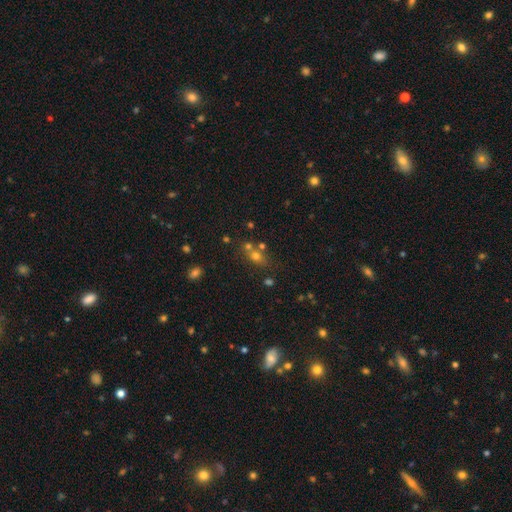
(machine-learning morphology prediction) smooth 60%, star or artifact 24%, featured or disk 16%. Down the decision tree: how rounded — round (51%); merging — none (52%).